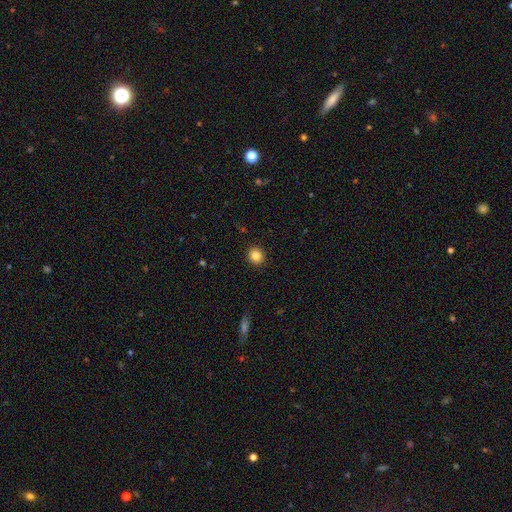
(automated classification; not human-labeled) smooth-or-featured: smooth: 84% | star or artifact: 11% | featured or disk: 5%
  how-rounded: round: 90% | in between: 9% | cigar-shaped: 1%
  merging: none: 92% | minor disturbance: 5% | major disturbance: 2% | merger: 1%